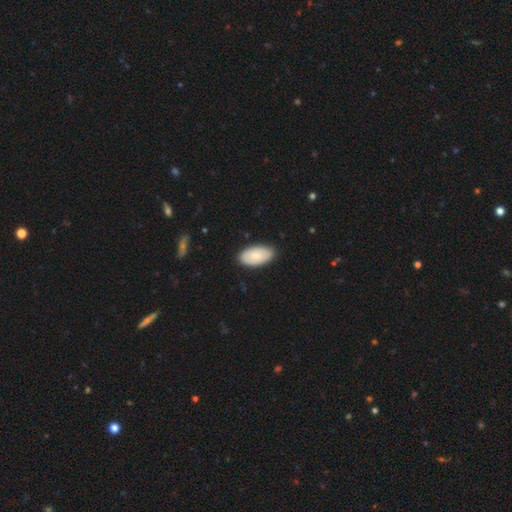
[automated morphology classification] A smooth galaxy with no disk features (78%) that is in between round and cigar-shaped (95%). Merging: none (84%).